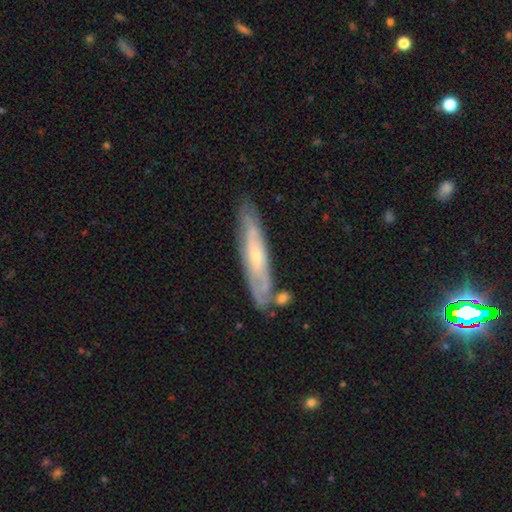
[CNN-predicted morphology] type=featured or disk (63%); edge-on=yes (52%); merging=none (71%).